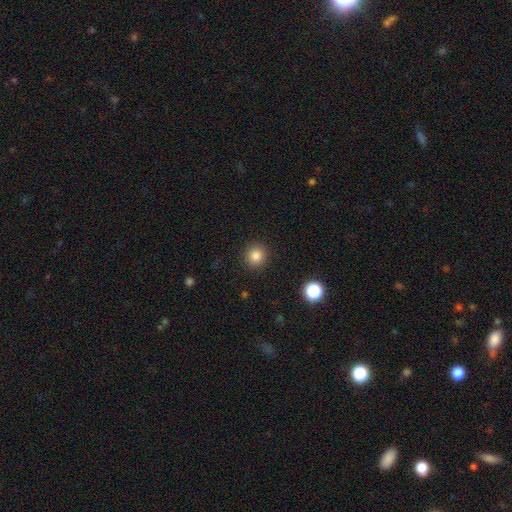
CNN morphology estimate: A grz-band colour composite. It shows a smooth galaxy with no disk features (83%) that is round (93%). Merging: none (91%).